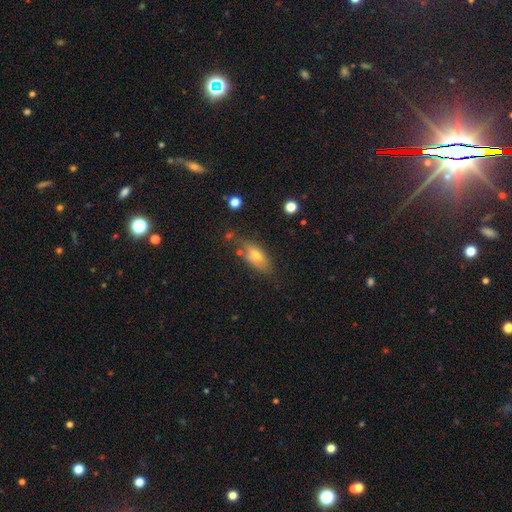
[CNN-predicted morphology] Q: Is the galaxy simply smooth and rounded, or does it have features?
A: smooth — 63%.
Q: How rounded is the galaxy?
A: in between — 76%.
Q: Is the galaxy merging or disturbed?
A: none — 69%.